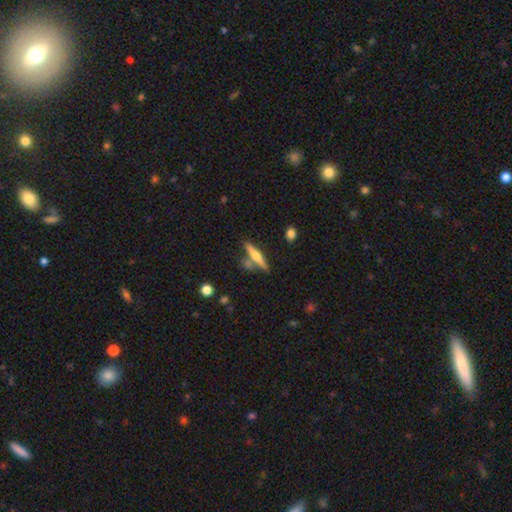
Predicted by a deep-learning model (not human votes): Smooth or featured? featured or disk (54%)
Edge-on disk? yes (96%)
Edge-on bulge? rounded (85%)
Merging? none (71%)